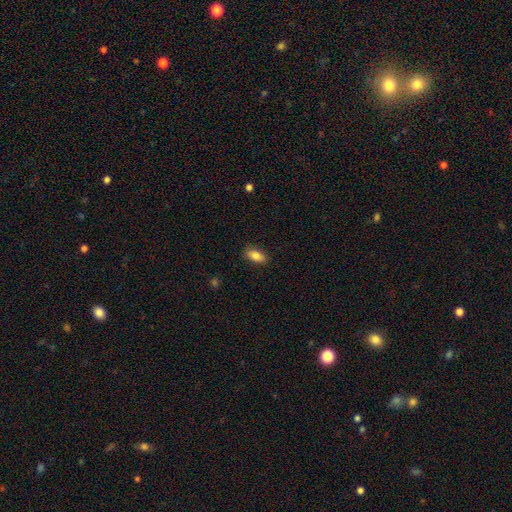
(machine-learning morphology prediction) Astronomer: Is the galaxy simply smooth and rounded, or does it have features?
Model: smooth — 83%.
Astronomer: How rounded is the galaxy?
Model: in between — 89%.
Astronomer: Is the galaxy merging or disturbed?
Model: none — 87%.